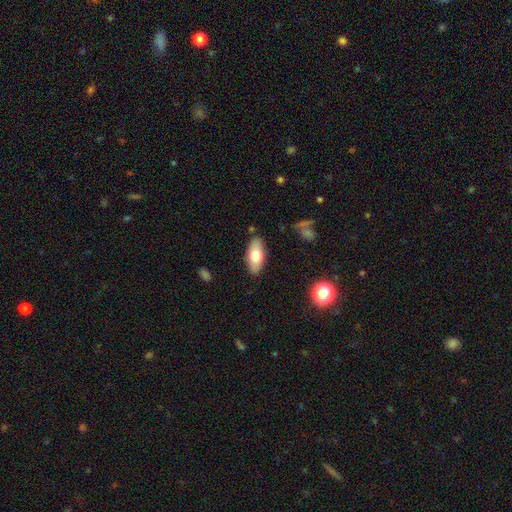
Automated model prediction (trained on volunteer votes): Q: Smooth or featured?
A: smooth (71%); runner-up: featured or disk (22%)
Q: How rounded?
A: in between (85%); runner-up: cigar-shaped (12%)
Q: Merging?
A: none (86%); runner-up: minor disturbance (10%)